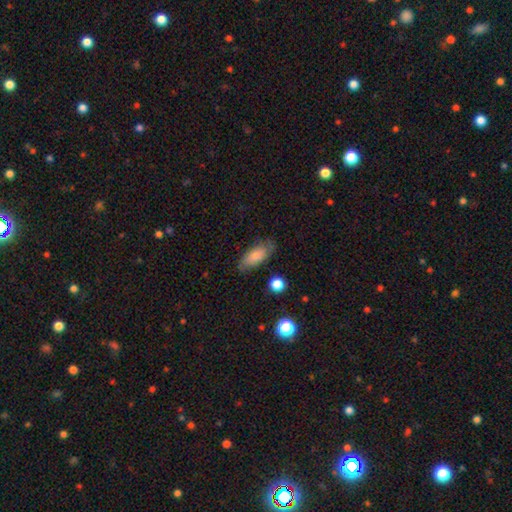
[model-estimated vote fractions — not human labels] Smooth or featured? smooth (76%)
How rounded? in between (85%)
Merging? none (72%)